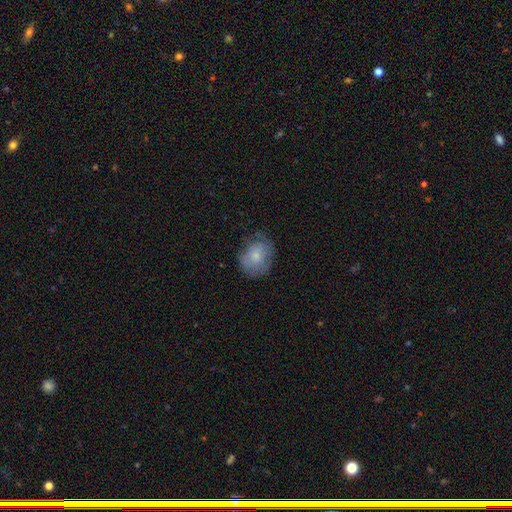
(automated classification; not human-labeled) A smooth galaxy with no disk features (68%) that is round (56%). Merging: none (59%).